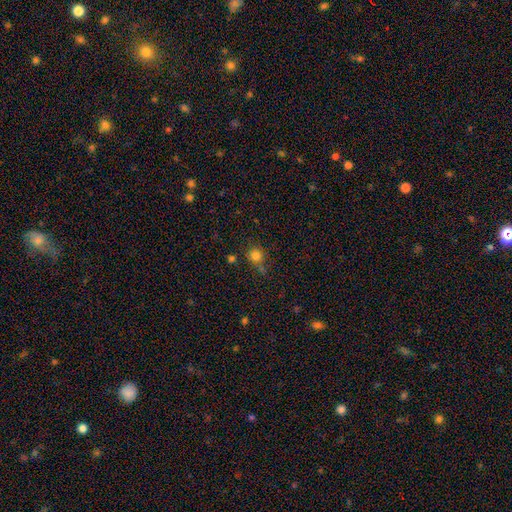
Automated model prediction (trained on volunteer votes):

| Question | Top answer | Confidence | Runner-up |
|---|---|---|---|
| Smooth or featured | smooth | 80% | star or artifact (14%) |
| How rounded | round | 90% | in between (9%) |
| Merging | none | 69% | minor disturbance (15%) |